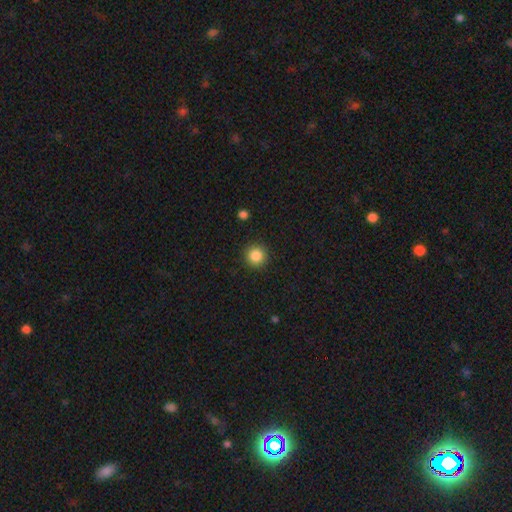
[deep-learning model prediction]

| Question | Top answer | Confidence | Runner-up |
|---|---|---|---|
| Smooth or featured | smooth | 86% | star or artifact (10%) |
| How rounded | round | 95% | in between (4%) |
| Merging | none | 92% | minor disturbance (5%) |